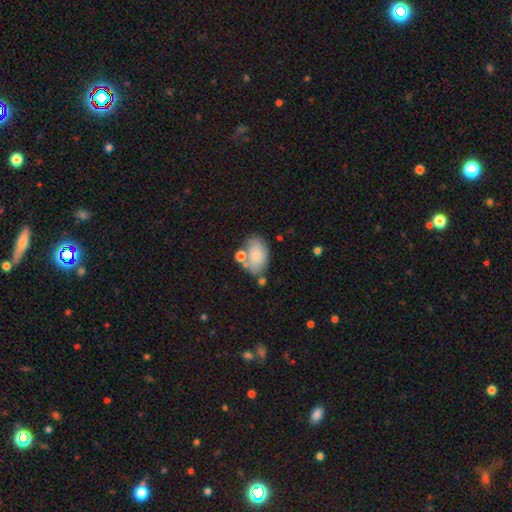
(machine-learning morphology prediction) A smooth galaxy with no disk features (70%) that is in between round and cigar-shaped (86%).

Vote fractions:
- Smooth or featured? smooth: 70% / featured or disk: 22% / star or artifact: 8%
- How rounded? in between: 86% / round: 13% / cigar-shaped: 1%
- Merging? none: 54% / minor disturbance: 21% / merger: 17% / major disturbance: 8%